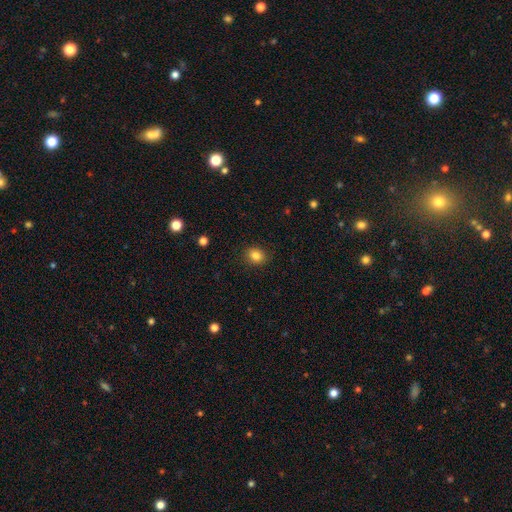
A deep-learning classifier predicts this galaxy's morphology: smooth_or_featured: smooth (p=0.84) [alt: star or artifact p=0.11]
how_rounded: round (p=0.66) [alt: in between p=0.33]
merging: none (p=0.89) [alt: minor disturbance p=0.08]